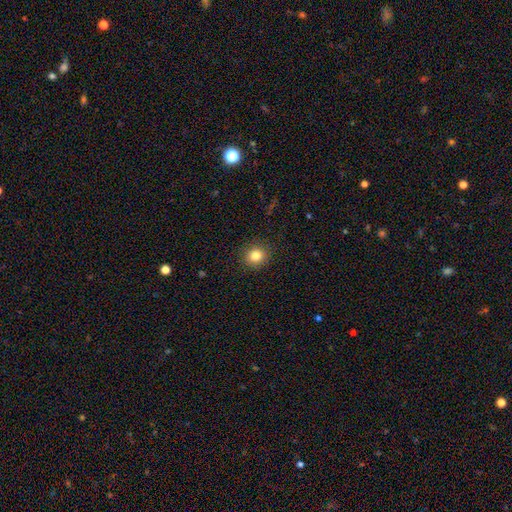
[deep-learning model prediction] Smooth or featured: smooth — 82% (star or artifact — 11%)
How rounded: round — 85% (in between — 14%)
Merging: none — 91% (minor disturbance — 6%)